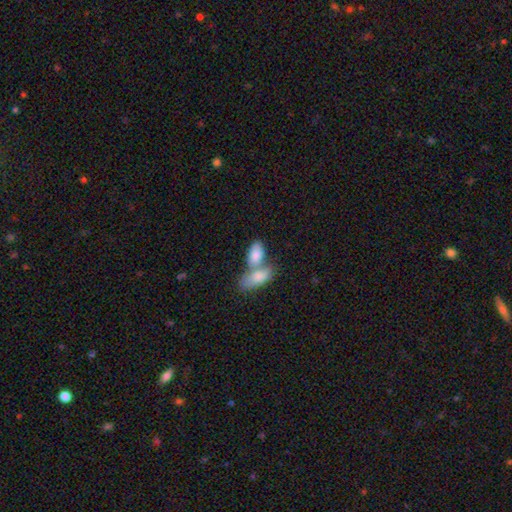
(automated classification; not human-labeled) A smooth galaxy with no disk features (82%) that is in between round and cigar-shaped (90%). Merging: merger (64%).